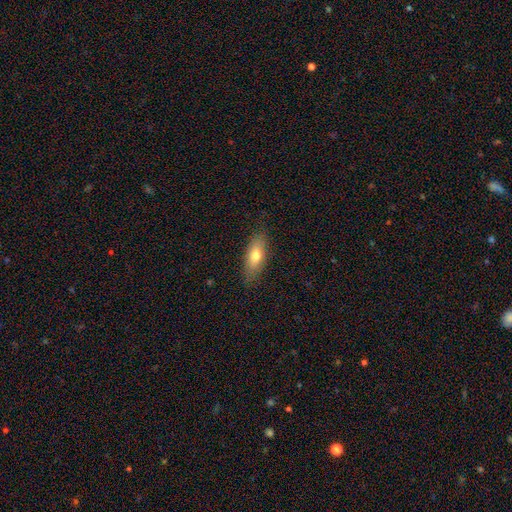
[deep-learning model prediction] Smooth or featured: smooth — 71% (featured or disk — 22%)
How rounded: in between — 70% (cigar-shaped — 27%)
Merging: none — 84% (minor disturbance — 13%)